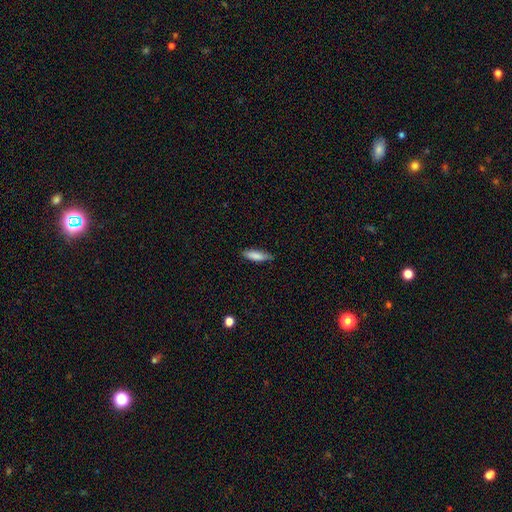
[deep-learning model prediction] Smooth or featured: smooth — 83% (featured or disk — 10%)
How rounded: cigar-shaped — 57% (in between — 42%)
Merging: none — 75% (minor disturbance — 20%)